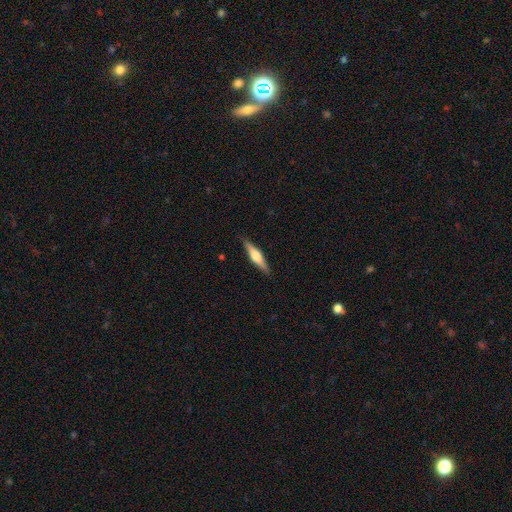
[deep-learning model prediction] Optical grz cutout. It shows a featured or disk galaxy (60%) viewed edge-on (97%) with a rounded central bulge (87%). Merging: none (89%).